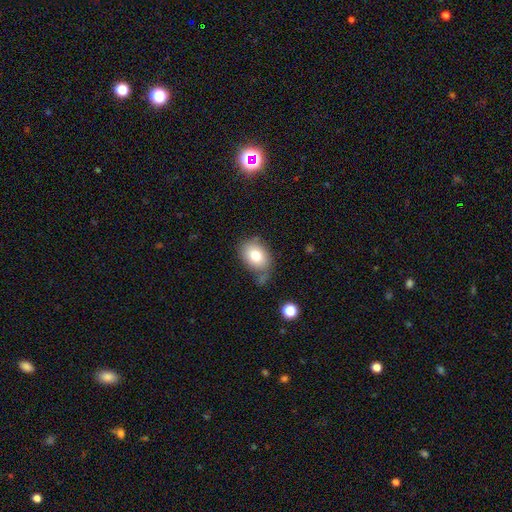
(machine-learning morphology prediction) smooth-or-featured: smooth: 78% | featured or disk: 13% | star or artifact: 9%
  how-rounded: in between: 71% | round: 28% | cigar-shaped: 1%
  merging: none: 58% | minor disturbance: 24% | merger: 9% | major disturbance: 9%